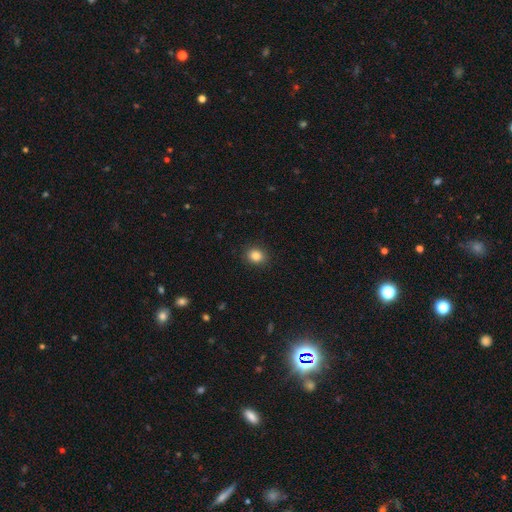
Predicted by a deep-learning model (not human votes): smooth-or-featured: smooth: 86% | star or artifact: 10% | featured or disk: 4%
  how-rounded: round: 70% | in between: 29% | cigar-shaped: 1%
  merging: none: 89% | minor disturbance: 7% | major disturbance: 2% | merger: 1%